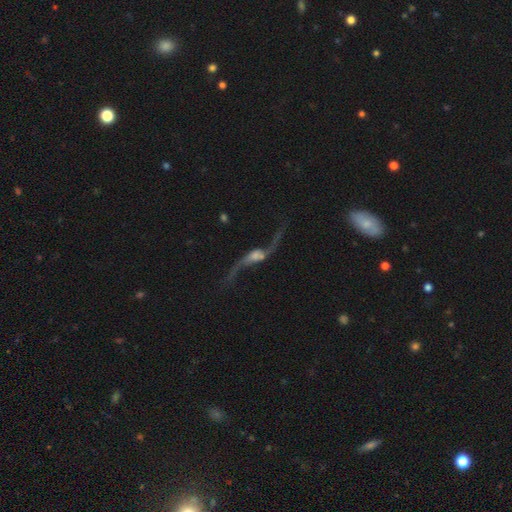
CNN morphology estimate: type=featured or disk (87%); edge-on=no (86%); bar=no (47%); spiral arms=yes (95%); winding=loose (95%); arm count=2 (94%); bulge=small (31%, tied with moderate); merging=none (68%).